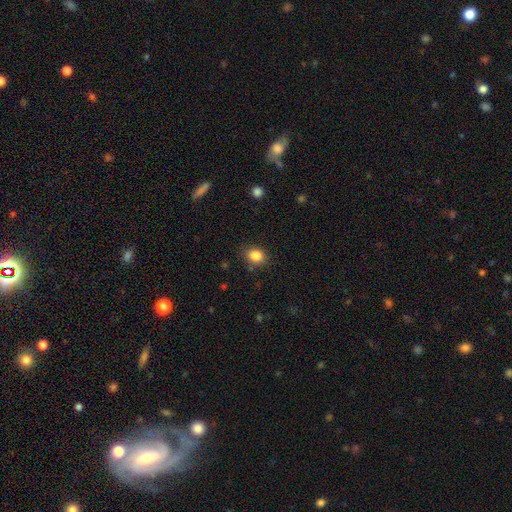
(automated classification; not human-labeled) Smooth or featured? smooth (85%)
How rounded? in between (56%)
Merging? none (82%)